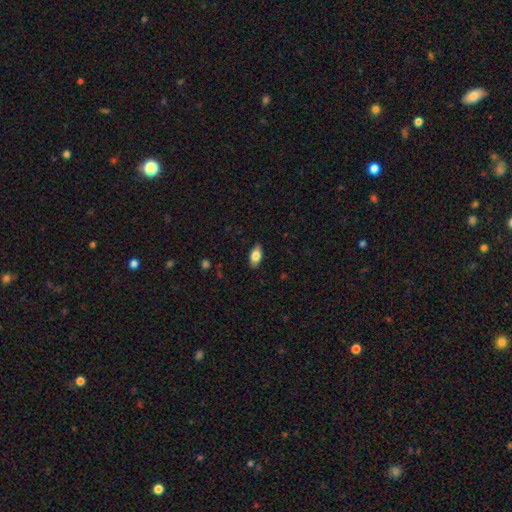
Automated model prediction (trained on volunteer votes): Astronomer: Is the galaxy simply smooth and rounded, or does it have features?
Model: smooth — 81%.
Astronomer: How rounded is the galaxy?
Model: in between — 91%.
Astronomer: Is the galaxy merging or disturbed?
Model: none — 88%.